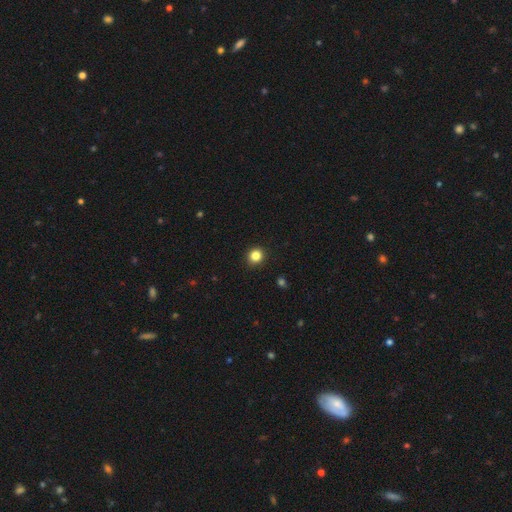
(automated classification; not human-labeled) Overall: smooth (84%). How rounded: round (90%). Merging: none (92%).